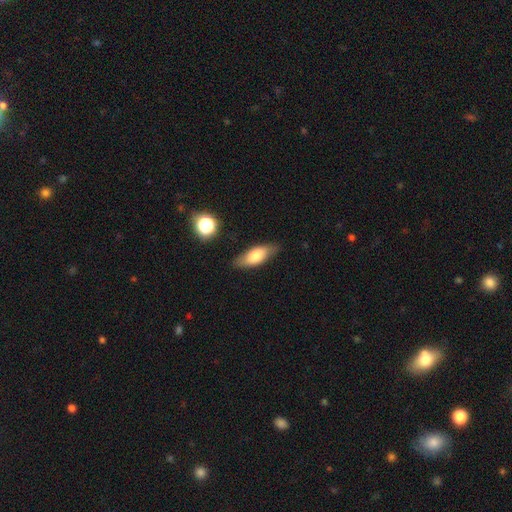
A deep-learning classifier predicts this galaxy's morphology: Q: Smooth or featured?
A: smooth (71%); runner-up: featured or disk (21%)
Q: How rounded?
A: in between (73%); runner-up: cigar-shaped (24%)
Q: Merging?
A: none (80%); runner-up: minor disturbance (15%)